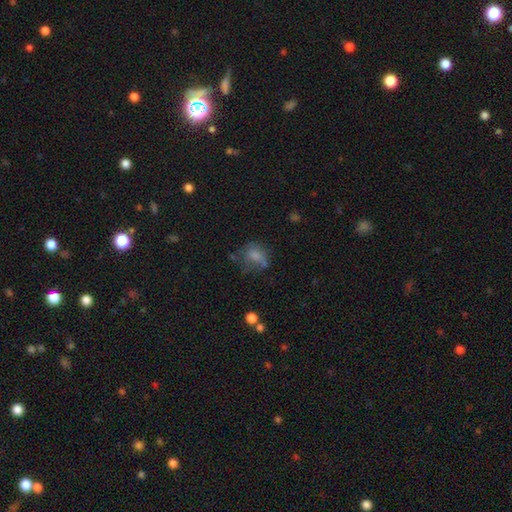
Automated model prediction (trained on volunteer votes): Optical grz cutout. It shows a smooth galaxy with no disk features (71%) that is in between round and cigar-shaped (60%). Merging: none (39%).